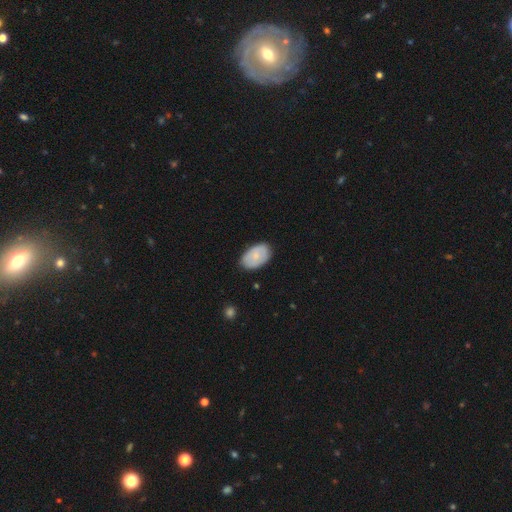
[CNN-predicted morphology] A smooth galaxy with no disk features (73%) that is in between round and cigar-shaped (92%). Merging: none (82%).